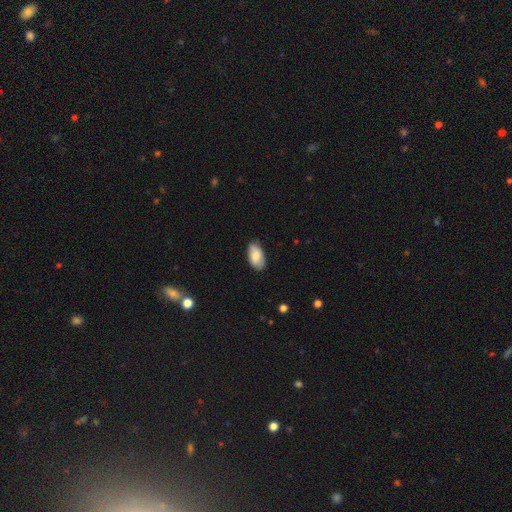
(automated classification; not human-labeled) Smooth or featured? Predicted: smooth (p=0.82). How rounded? Predicted: in between (p=0.95). Merging? Predicted: none (p=0.81).